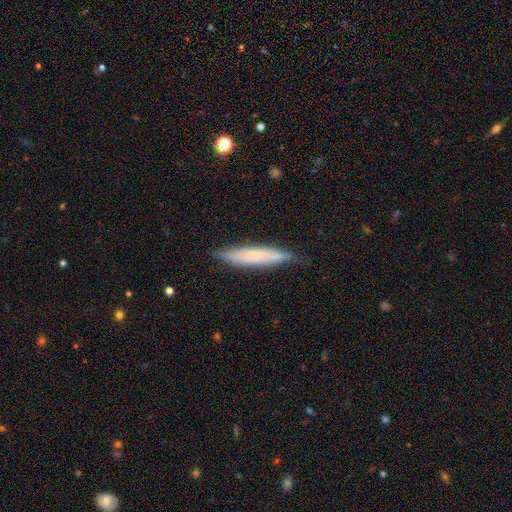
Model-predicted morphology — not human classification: This is likely a smooth galaxy (66%). How rounded: clearly cigar-shaped (90%). Merging: clearly none (81%).